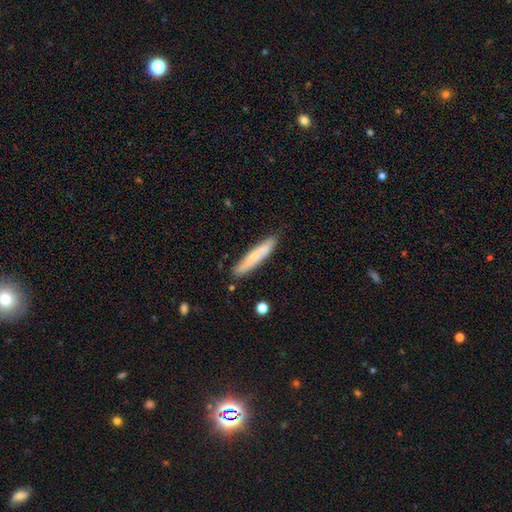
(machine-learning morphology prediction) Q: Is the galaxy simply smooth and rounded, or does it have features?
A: smooth — 66%.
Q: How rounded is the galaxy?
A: cigar-shaped — 91%.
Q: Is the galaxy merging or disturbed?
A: none — 84%.